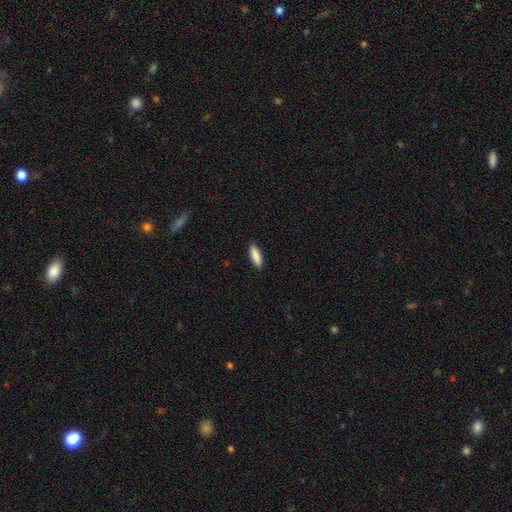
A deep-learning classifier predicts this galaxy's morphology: This appears to be a smooth galaxy with no disk features (89%) that is in between round and cigar-shaped (50%). Merging: none (90%).